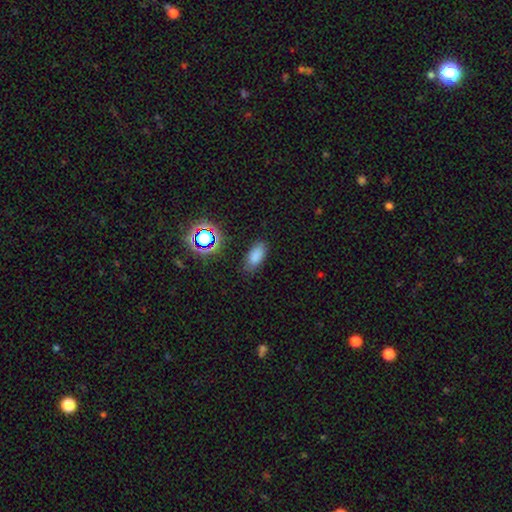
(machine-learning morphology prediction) A smooth galaxy with no disk features (78%) that is in between round and cigar-shaped (89%).

Vote fractions:
- Smooth or featured? smooth: 78% / star or artifact: 15% / featured or disk: 7%
- How rounded? in between: 89% / cigar-shaped: 7% / round: 4%
- Merging? none: 82% / minor disturbance: 13% / major disturbance: 4% / merger: 2%